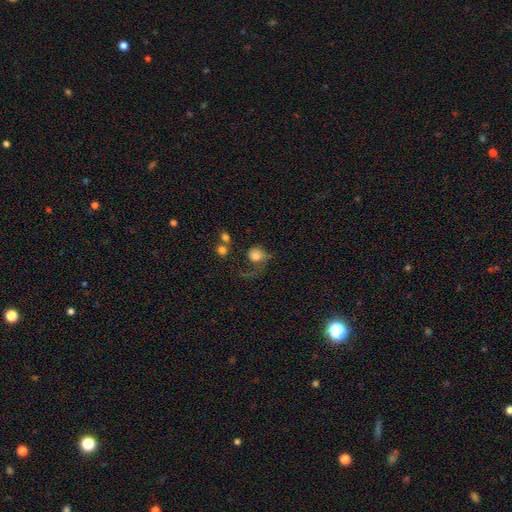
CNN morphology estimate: Overall: smooth (71%). How rounded: round (76%). Merging: major disturbance (42%; none 30%).